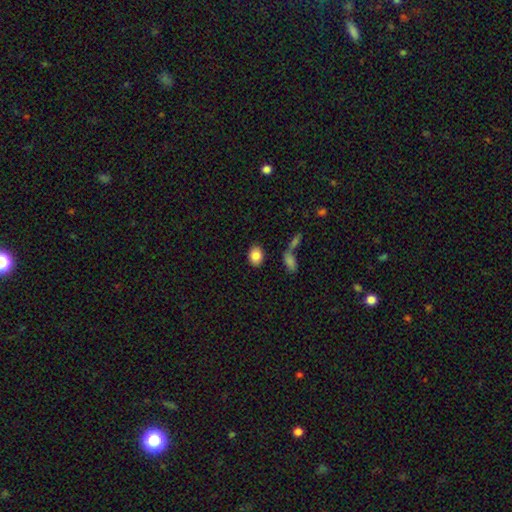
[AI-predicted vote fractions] This is clearly a smooth galaxy (85%). How rounded: likely in between (72%). Merging: clearly none (83%).